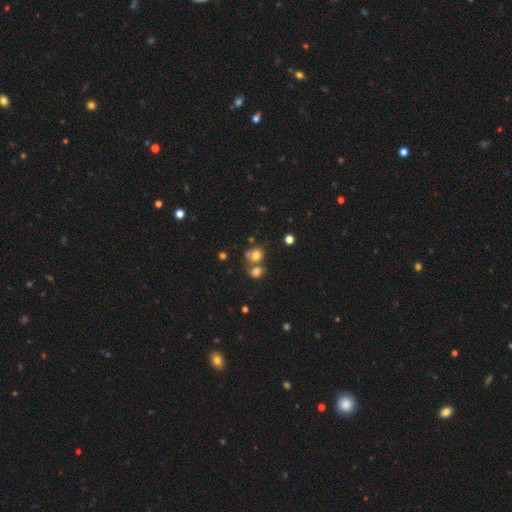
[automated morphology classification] type=smooth (74%); roundness=round (75%); merging=none (46%).